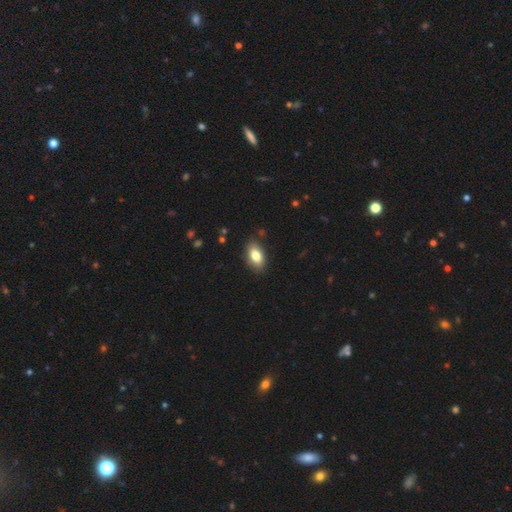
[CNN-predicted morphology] The model was most divided on "smooth or featured": smooth: 81%, featured or disk: 12%, star or artifact: 7%. More confident: how rounded — in between (92%); merging — none (85%).